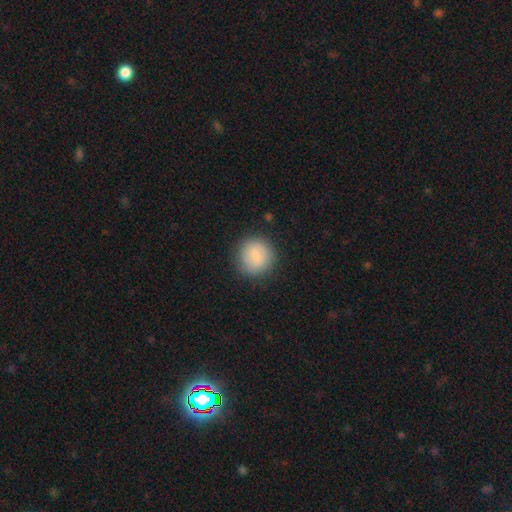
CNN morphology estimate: Smooth or featured?
  - smooth: 80% *
  - featured or disk: 13%
  - star or artifact: 7%
How rounded?
  - round: 93% *
  - in between: 6%
  - cigar-shaped: 1%
Merging?
  - none: 86% *
  - minor disturbance: 10%
  - major disturbance: 3%
  - merger: 1%